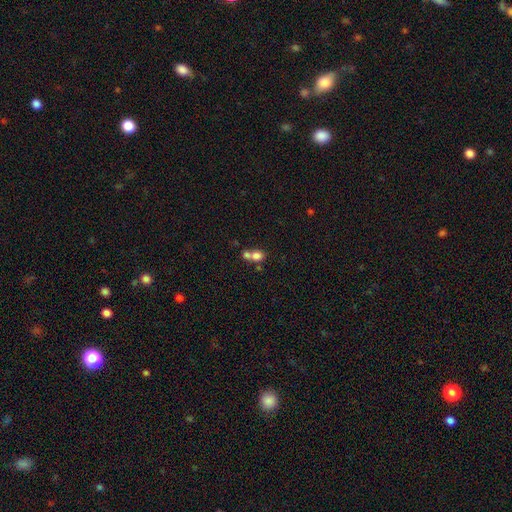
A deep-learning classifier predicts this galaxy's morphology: Smooth or featured: smooth — 76% (featured or disk — 13%)
How rounded: round — 59% (in between — 40%)
Merging: merger — 63% (none — 28%)